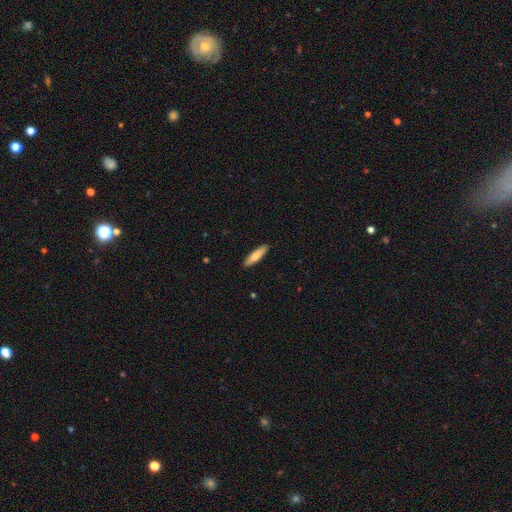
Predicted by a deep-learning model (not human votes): The model was most divided on "how rounded": cigar-shaped: 77%, in between: 22%, round: 1%. More confident: merging — none (91%); smooth or featured — smooth (76%).